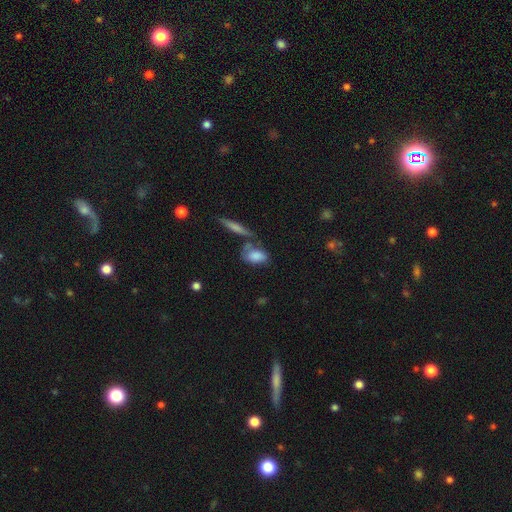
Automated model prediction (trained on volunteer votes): Smooth or featured? smooth (78%)
How rounded? in between (84%)
Merging? none (44%)